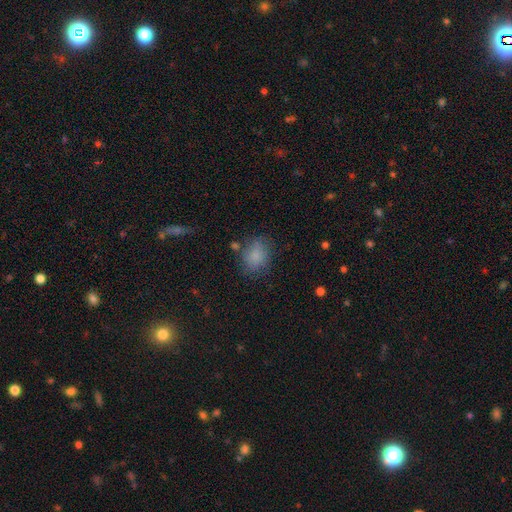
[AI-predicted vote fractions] The model was most divided on "how rounded": in between: 52%, round: 47%, cigar-shaped: 1%. More confident: smooth or featured — smooth (81%); merging — none (68%).